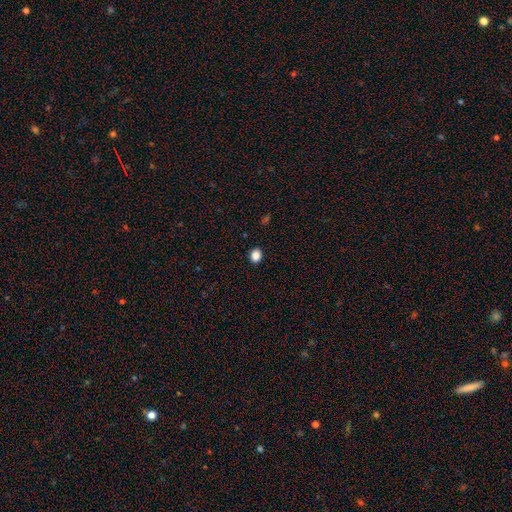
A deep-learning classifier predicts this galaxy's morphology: smooth-or-featured: smooth: 86% | star or artifact: 11% | featured or disk: 3%
  how-rounded: round: 54% | in between: 45% | cigar-shaped: 1%
  merging: none: 91% | minor disturbance: 6% | major disturbance: 2% | merger: 1%